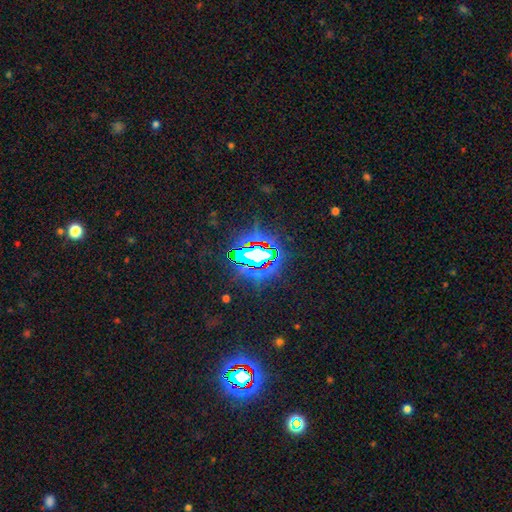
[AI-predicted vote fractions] The model was most divided on "smooth or featured": star or artifact: 77%, smooth: 12%, featured or disk: 11%.